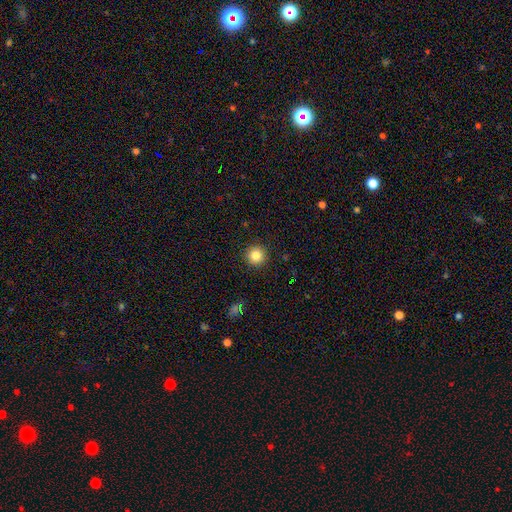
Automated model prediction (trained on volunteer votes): Smooth or featured? smooth (84%)
How rounded? round (95%)
Merging? none (92%)